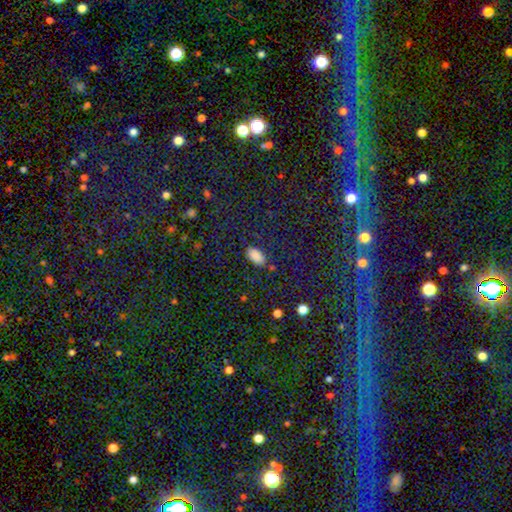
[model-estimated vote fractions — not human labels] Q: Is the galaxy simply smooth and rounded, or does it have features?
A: smooth — 84%.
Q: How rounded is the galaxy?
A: in between — 93%.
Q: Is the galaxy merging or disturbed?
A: none — 83%.